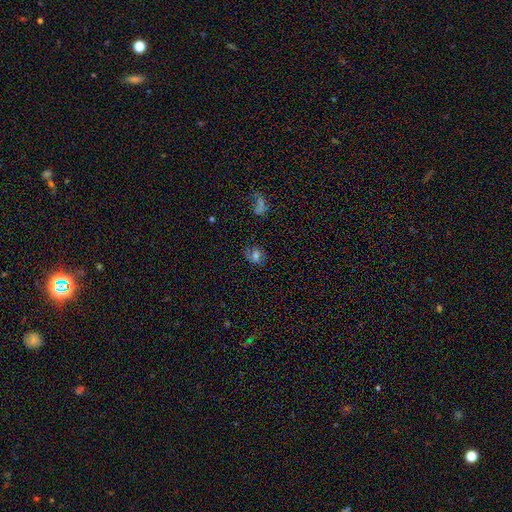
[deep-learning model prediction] The model was most divided on "how rounded": round: 57%, in between: 41%, cigar-shaped: 2%. More confident: merging — none (67%); smooth or featured — smooth (60%).